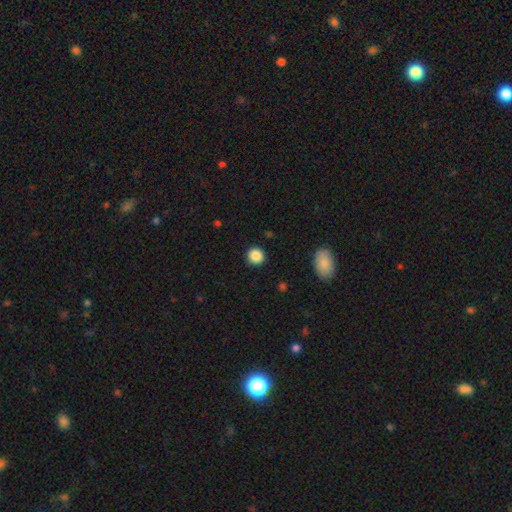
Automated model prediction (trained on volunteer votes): Smooth or featured?
  - smooth: 87% *
  - star or artifact: 9%
  - featured or disk: 4%
How rounded?
  - round: 90% *
  - in between: 9%
  - cigar-shaped: 1%
Merging?
  - none: 89% *
  - minor disturbance: 8%
  - major disturbance: 2%
  - merger: 1%